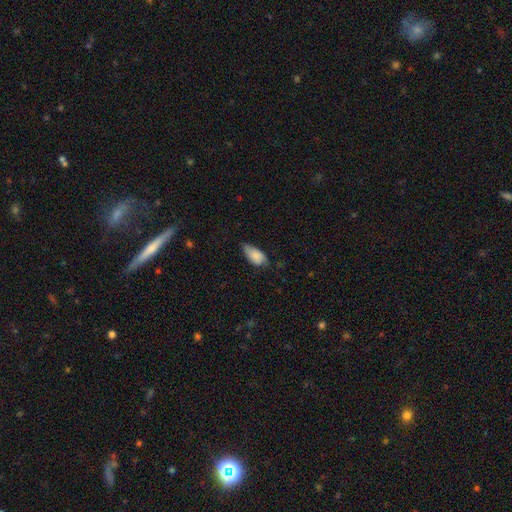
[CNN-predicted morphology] Smooth or featured?
  - smooth: 82% *
  - featured or disk: 11%
  - star or artifact: 7%
How rounded?
  - in between: 91% *
  - cigar-shaped: 6%
  - round: 3%
Merging?
  - none: 45% *
  - minor disturbance: 43%
  - major disturbance: 10%
  - merger: 2%